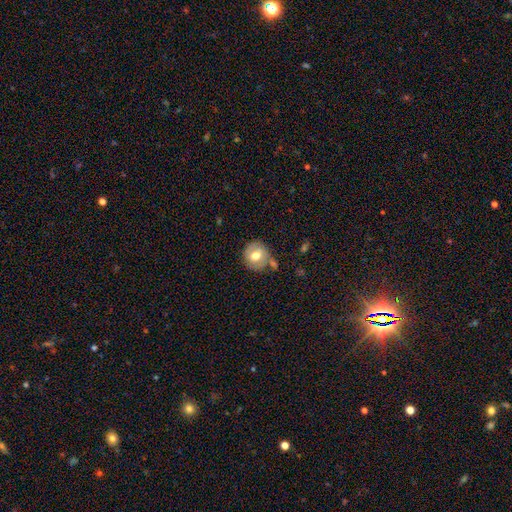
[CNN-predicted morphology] The model was most divided on "smooth or featured": smooth: 63%, featured or disk: 29%, star or artifact: 8%. More confident: how rounded — round (87%); merging — none (66%).